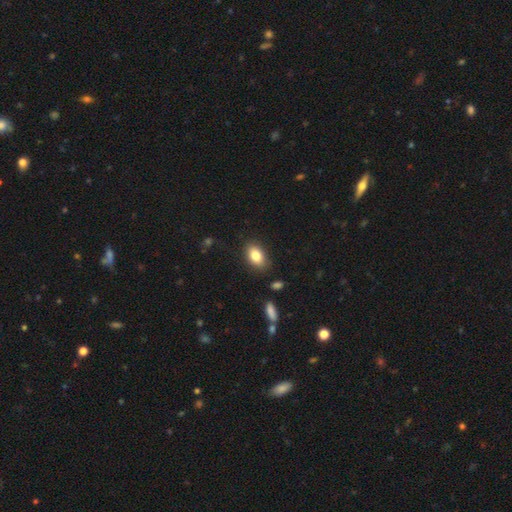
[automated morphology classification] Q: Smooth or featured?
A: smooth (83%); runner-up: featured or disk (9%)
Q: How rounded?
A: in between (88%); runner-up: round (10%)
Q: Merging?
A: none (84%); runner-up: minor disturbance (11%)